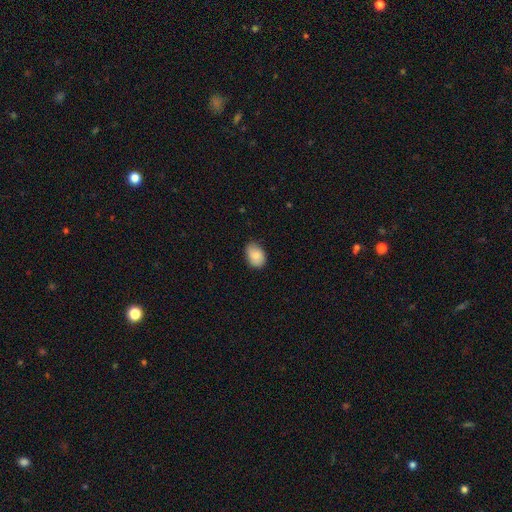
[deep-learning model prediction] The model was most divided on "merging": none: 73%, minor disturbance: 22%, major disturbance: 3%, merger: 1%. More confident: smooth or featured — smooth (85%); how rounded — in between (81%).